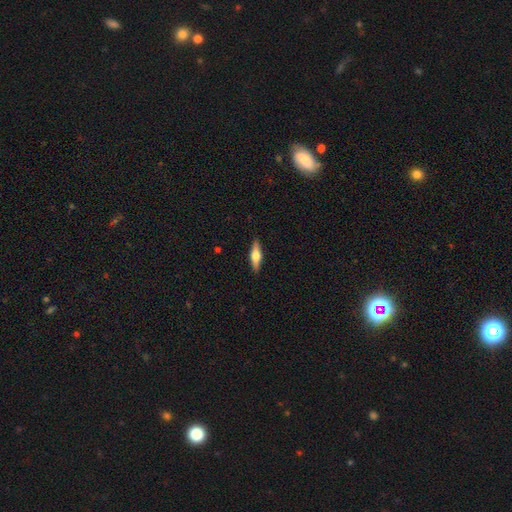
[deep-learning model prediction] smooth-or-featured: featured or disk: 50% | smooth: 44% | star or artifact: 6%
  merging: none: 90% | minor disturbance: 8% | major disturbance: 2% | merger: 1%